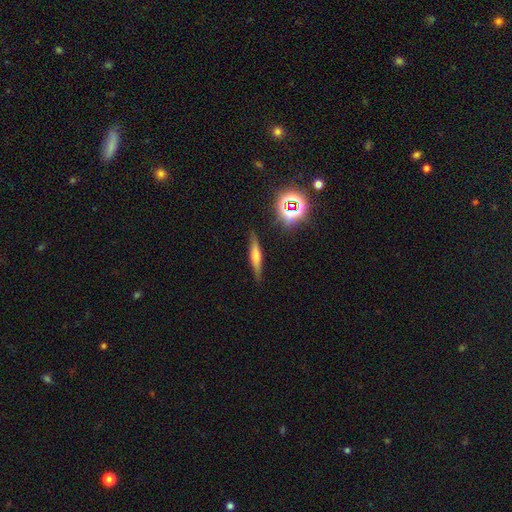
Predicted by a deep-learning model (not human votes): This is possibly a featured or disk galaxy (47%). Merging: clearly none (86%).